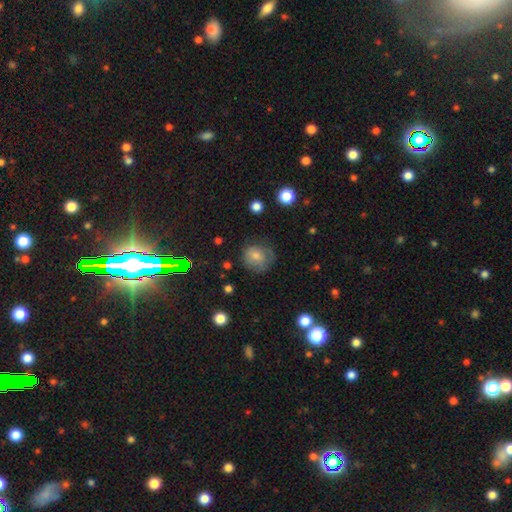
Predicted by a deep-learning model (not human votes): A smooth galaxy with no disk features (59%) that is round (79%).

Vote fractions:
- Smooth or featured? smooth: 59% / featured or disk: 23% / star or artifact: 18%
- How rounded? round: 79% / in between: 20% / cigar-shaped: 1%
- Merging? none: 66% / minor disturbance: 23% / major disturbance: 10% / merger: 2%